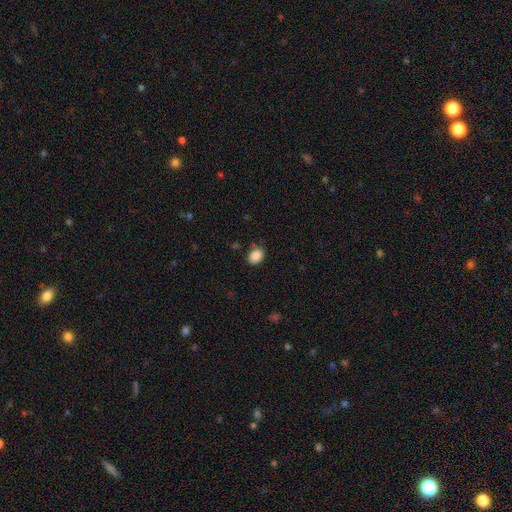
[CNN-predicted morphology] A smooth galaxy with no disk features (88%) that is in between round and cigar-shaped (70%).

Vote fractions:
- Smooth or featured? smooth: 88% / star or artifact: 8% / featured or disk: 3%
- How rounded? in between: 70% / round: 30% / cigar-shaped: 1%
- Merging? none: 81% / minor disturbance: 14% / major disturbance: 3% / merger: 2%